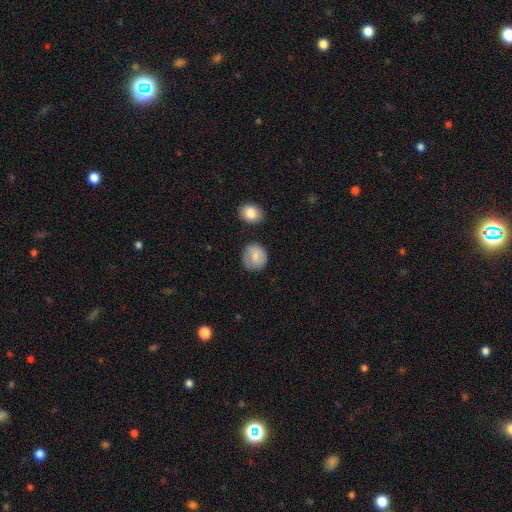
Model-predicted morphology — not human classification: Smooth or featured? smooth (75%)
How rounded? round (84%)
Merging? none (73%)